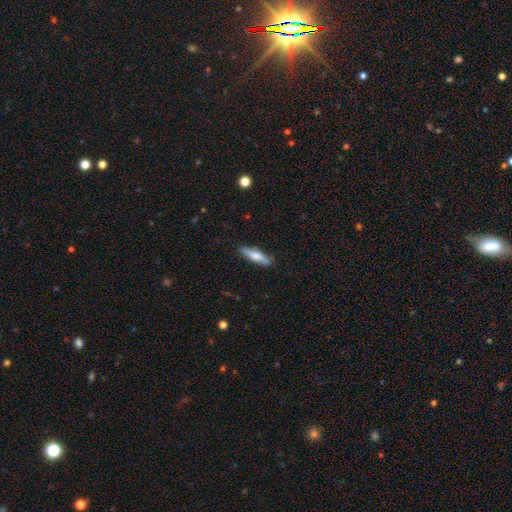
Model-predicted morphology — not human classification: The model was most divided on "smooth or featured": smooth: 62%, featured or disk: 32%, star or artifact: 6%. More confident: merging — none (86%); how rounded — cigar-shaped (66%).